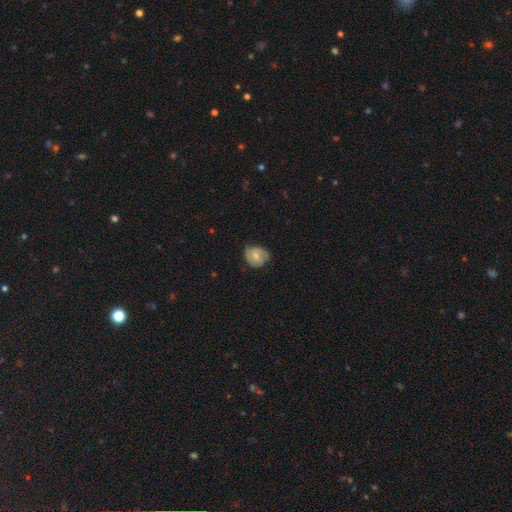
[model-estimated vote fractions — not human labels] Overall: featured or disk (51%; smooth 42%). Edge-on disk: no (97%). Merging: none (63%; minor disturbance 29%).